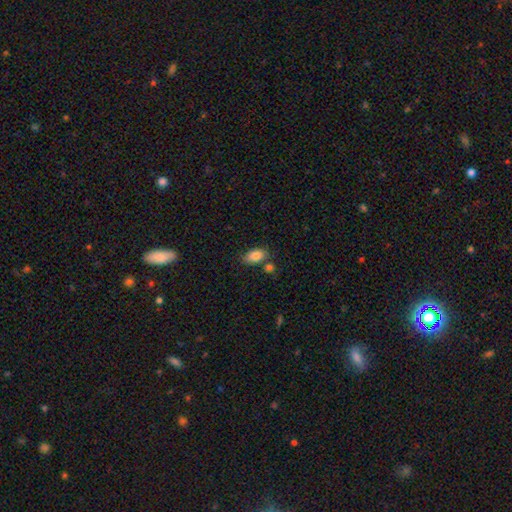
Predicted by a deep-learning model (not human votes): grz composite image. It shows a smooth galaxy with no disk features (84%) that is in between round and cigar-shaped (91%). Merging: none (69%).